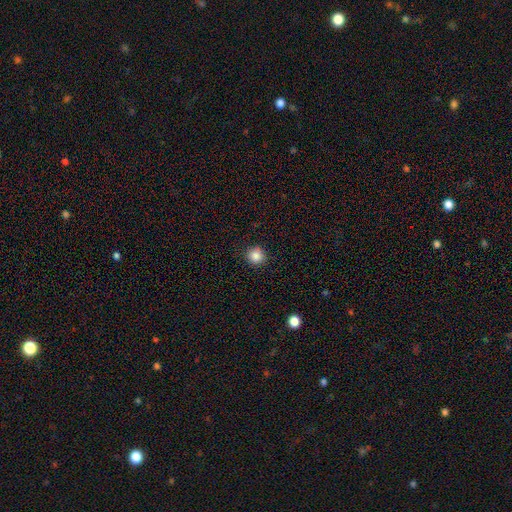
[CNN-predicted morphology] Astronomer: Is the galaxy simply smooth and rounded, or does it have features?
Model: smooth — 86%.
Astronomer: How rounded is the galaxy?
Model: round — 93%.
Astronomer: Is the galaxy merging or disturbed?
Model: none — 90%.